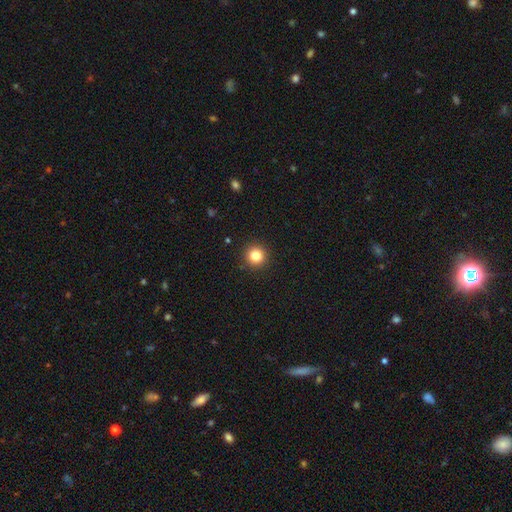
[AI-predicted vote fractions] The model was most divided on "smooth or featured": smooth: 83%, star or artifact: 12%, featured or disk: 5%. More confident: how rounded — round (95%); merging — none (92%).